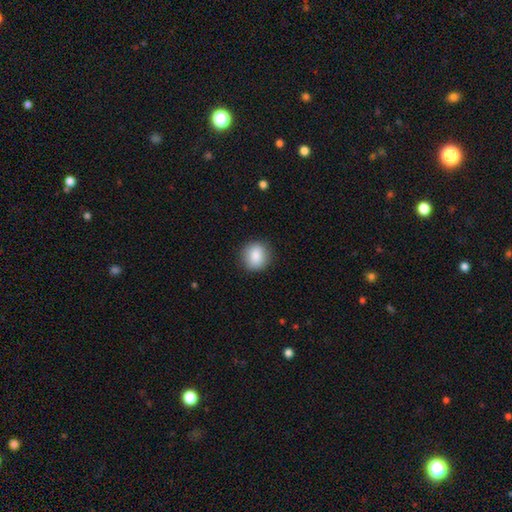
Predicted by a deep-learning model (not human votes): Smooth or featured: smooth — 86% (star or artifact — 8%)
How rounded: round — 81% (in between — 18%)
Merging: none — 87% (minor disturbance — 9%)